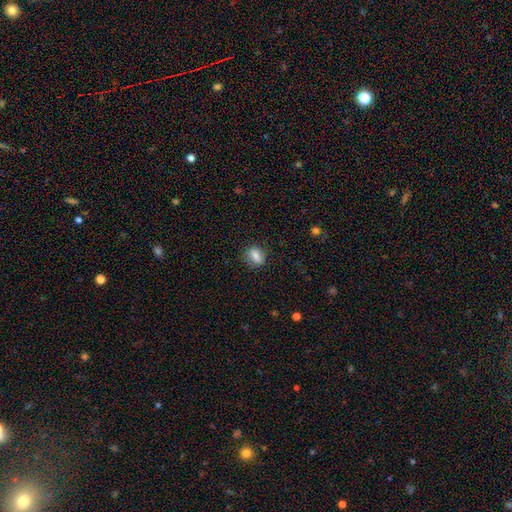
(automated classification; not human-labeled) Q: Smooth or featured?
A: smooth (74%); runner-up: featured or disk (17%)
Q: How rounded?
A: in between (59%); runner-up: round (37%)
Q: Merging?
A: none (81%); runner-up: minor disturbance (14%)